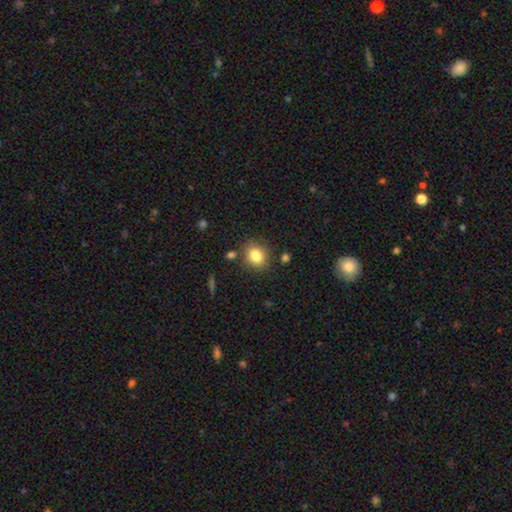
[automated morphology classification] A smooth galaxy with no disk features (83%) that is round (73%).

Vote fractions:
- Smooth or featured? smooth: 83% / star or artifact: 10% / featured or disk: 7%
- How rounded? round: 73% / in between: 26% / cigar-shaped: 1%
- Merging? none: 82% / minor disturbance: 10% / merger: 4% / major disturbance: 3%